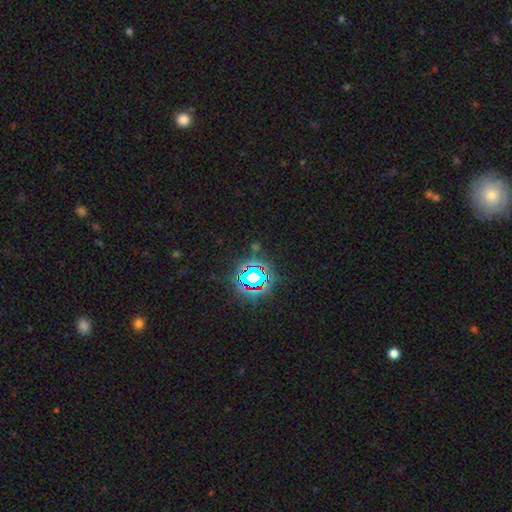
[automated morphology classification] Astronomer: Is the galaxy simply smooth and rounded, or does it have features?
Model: star or artifact — 79%.